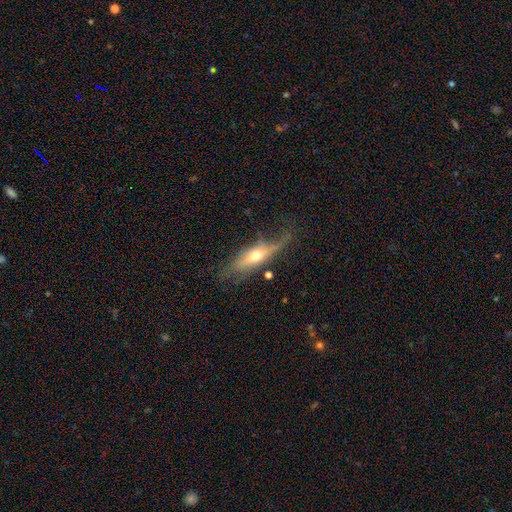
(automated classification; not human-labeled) Smooth or featured? featured or disk (54%)
Edge-on disk? yes (68%)
Merging? none (49%)